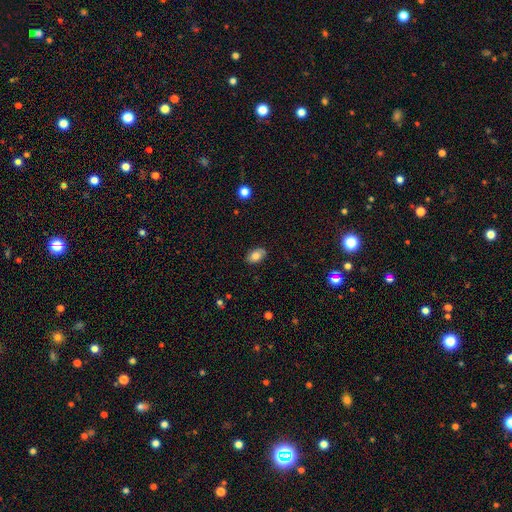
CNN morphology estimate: This appears to be a smooth galaxy with no disk features (81%) that is in between round and cigar-shaped (90%). Merging: none (84%).